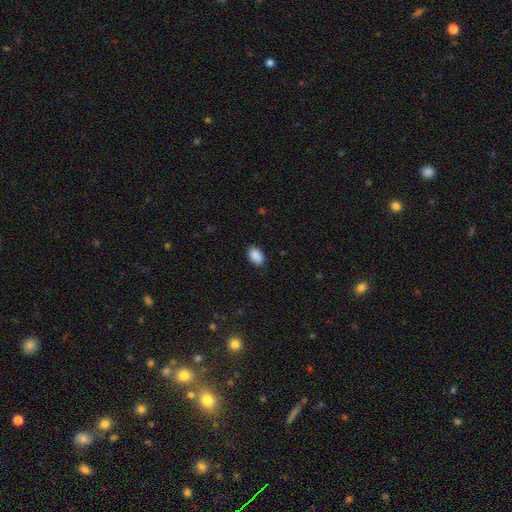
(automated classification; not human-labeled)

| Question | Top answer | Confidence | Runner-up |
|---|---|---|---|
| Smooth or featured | smooth | 90% | star or artifact (7%) |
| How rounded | in between | 90% | round (9%) |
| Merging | none | 86% | minor disturbance (11%) |